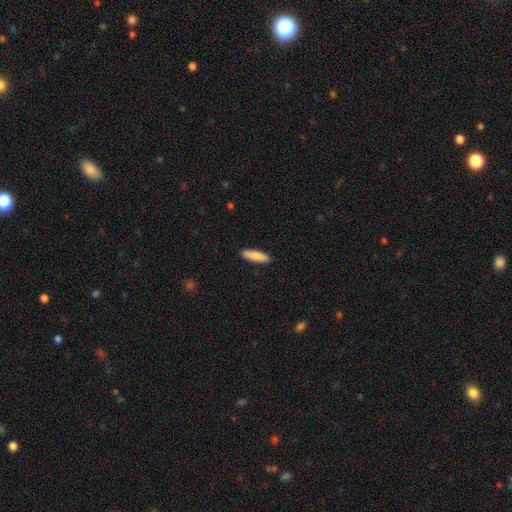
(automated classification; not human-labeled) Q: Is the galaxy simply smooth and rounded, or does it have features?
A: smooth — 86%.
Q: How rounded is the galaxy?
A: cigar-shaped — 70%.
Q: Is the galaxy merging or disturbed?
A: none — 90%.